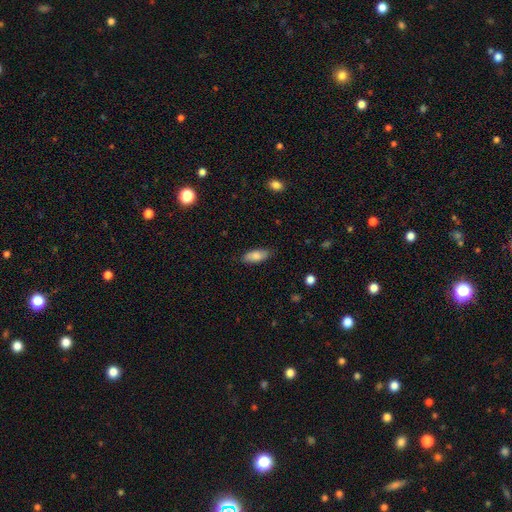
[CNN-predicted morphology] Smooth or featured? smooth (81%)
How rounded? in between (80%)
Merging? none (84%)